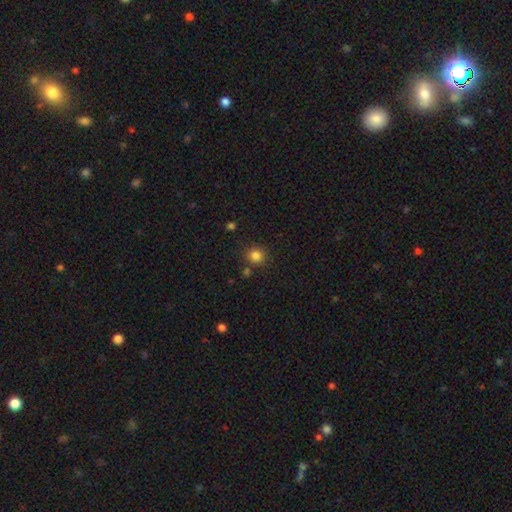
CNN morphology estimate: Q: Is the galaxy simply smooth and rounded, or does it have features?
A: smooth — 83%.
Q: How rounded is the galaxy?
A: round — 90%.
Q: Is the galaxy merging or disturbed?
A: none — 83%.